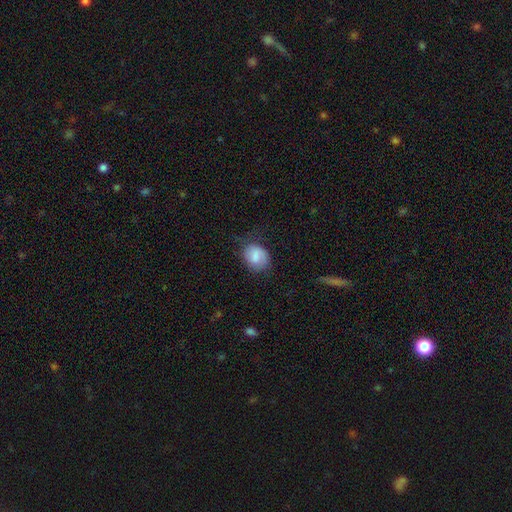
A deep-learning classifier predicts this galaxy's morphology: Q: Smooth or featured?
A: smooth (76%); runner-up: featured or disk (16%)
Q: How rounded?
A: round (50%); runner-up: in between (49%)
Q: Merging?
A: none (59%); runner-up: minor disturbance (27%)